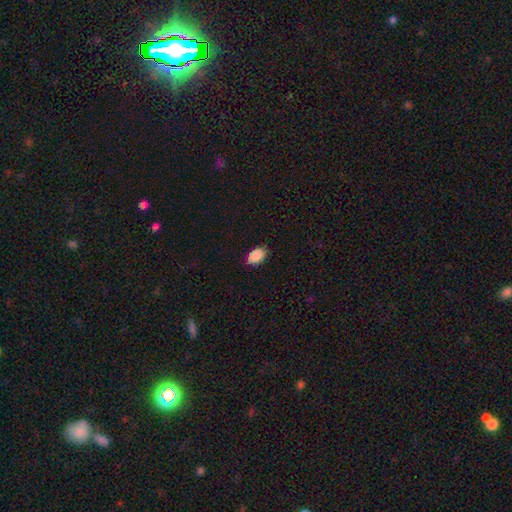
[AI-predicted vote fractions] Smooth or featured? smooth (89%)
How rounded? in between (90%)
Merging? none (83%)